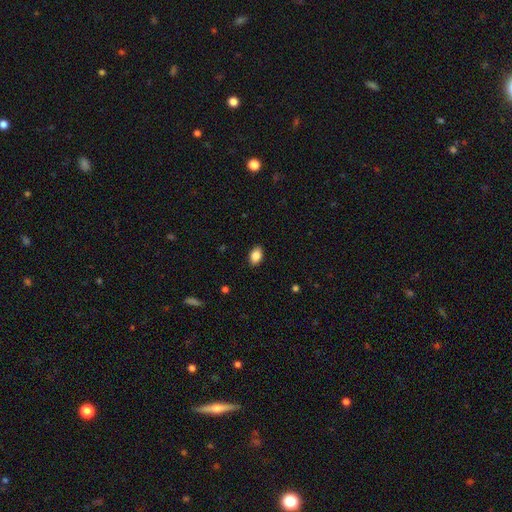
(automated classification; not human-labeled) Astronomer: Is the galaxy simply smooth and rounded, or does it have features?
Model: smooth — 87%.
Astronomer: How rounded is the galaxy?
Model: in between — 87%.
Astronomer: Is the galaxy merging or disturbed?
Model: none — 89%.